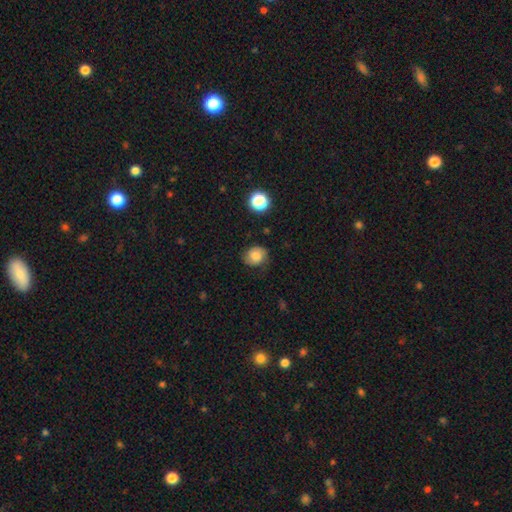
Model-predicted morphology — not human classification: A smooth galaxy with no disk features (61%) that is round (70%).

Vote fractions:
- Smooth or featured? smooth: 61% / featured or disk: 27% / star or artifact: 11%
- How rounded? round: 70% / in between: 29% / cigar-shaped: 1%
- Merging? none: 70% / minor disturbance: 22% / major disturbance: 7% / merger: 1%